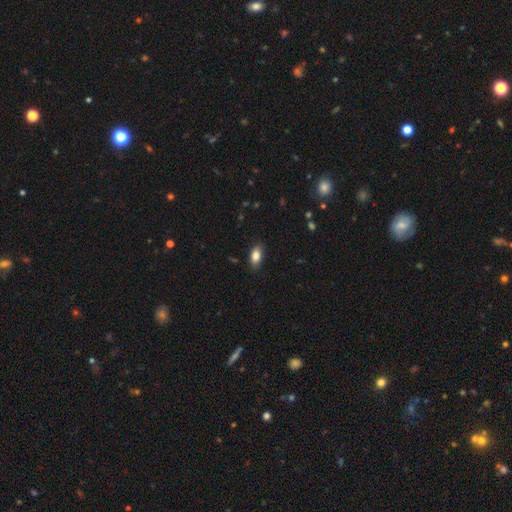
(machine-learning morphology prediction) Smooth or featured? Predicted: smooth (p=0.85). How rounded? Predicted: in between (p=0.91). Merging? Predicted: none (p=0.84).